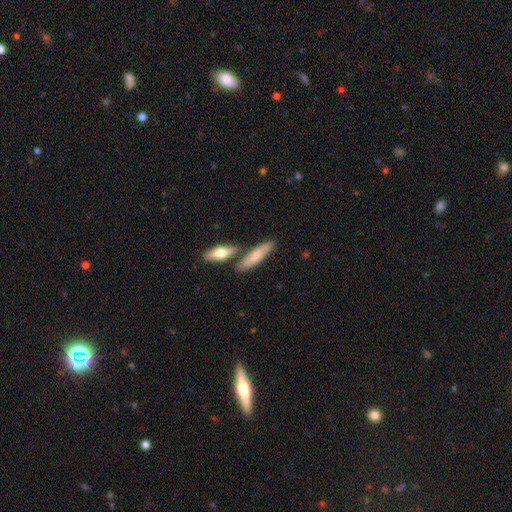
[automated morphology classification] Smooth or featured: smooth — 72% (featured or disk — 23%)
How rounded: cigar-shaped — 67% (in between — 31%)
Merging: none — 69% (merger — 17%)